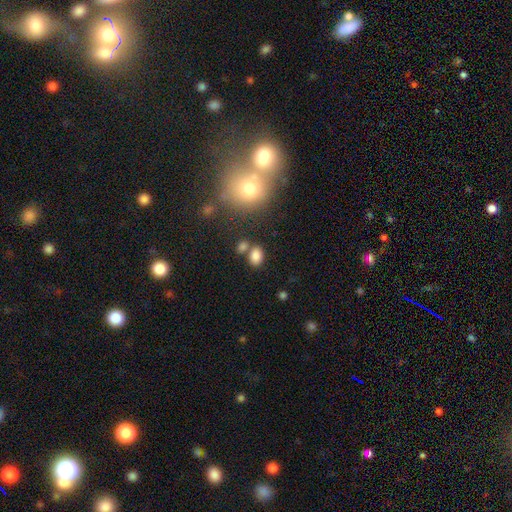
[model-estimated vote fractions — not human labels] smooth-or-featured: smooth: 82% | star or artifact: 12% | featured or disk: 6%
  how-rounded: in between: 75% | round: 23% | cigar-shaped: 1%
  merging: none: 64% | merger: 19% | minor disturbance: 12% | major disturbance: 5%